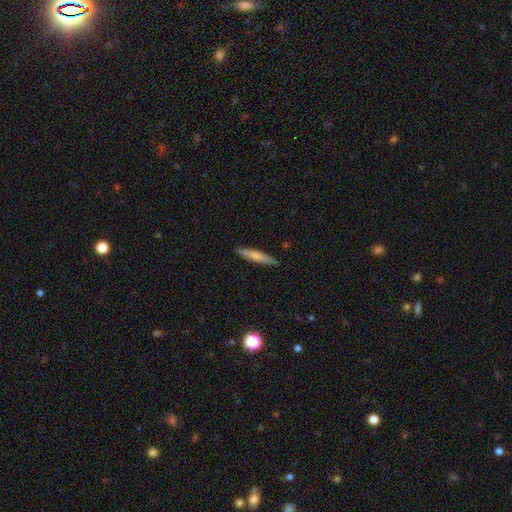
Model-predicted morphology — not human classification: A smooth galaxy with no disk features (72%) that is cigar-shaped (91%). Merging: none (89%).